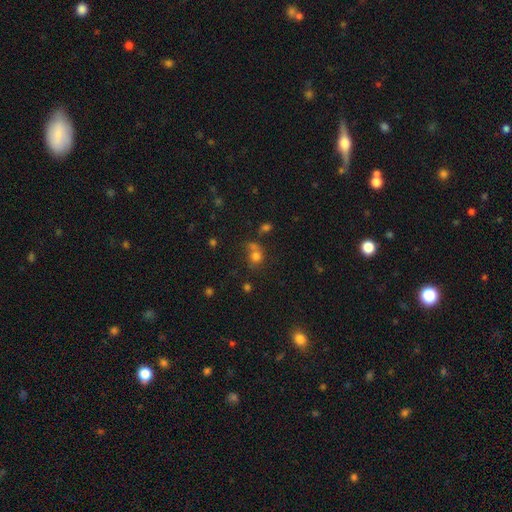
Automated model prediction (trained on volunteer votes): This appears to be a smooth galaxy with no disk features (73%) that is round (75%). Merging: none (46%).